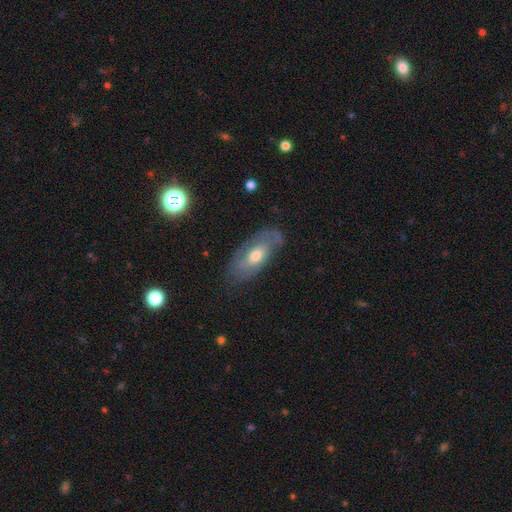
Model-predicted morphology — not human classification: Q: Smooth or featured?
A: featured or disk (64%); runner-up: smooth (29%)
Q: Edge-on disk?
A: no (86%); runner-up: yes (14%)
Q: Bar?
A: no (70%); runner-up: weak (24%)
Q: Spiral arms?
A: yes (70%); runner-up: no (30%)
Q: Bulge size?
A: moderate (70%); runner-up: small (20%)
Q: Merging?
A: none (71%); runner-up: minor disturbance (20%)